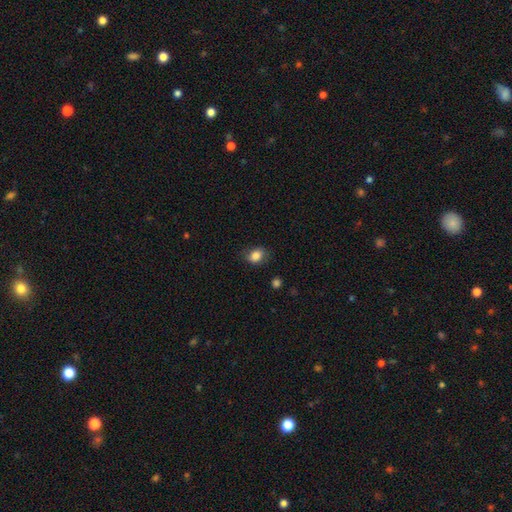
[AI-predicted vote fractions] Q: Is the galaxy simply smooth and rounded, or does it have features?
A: smooth — 83%.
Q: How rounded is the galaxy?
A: in between — 59%.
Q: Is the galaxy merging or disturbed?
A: none — 72%.